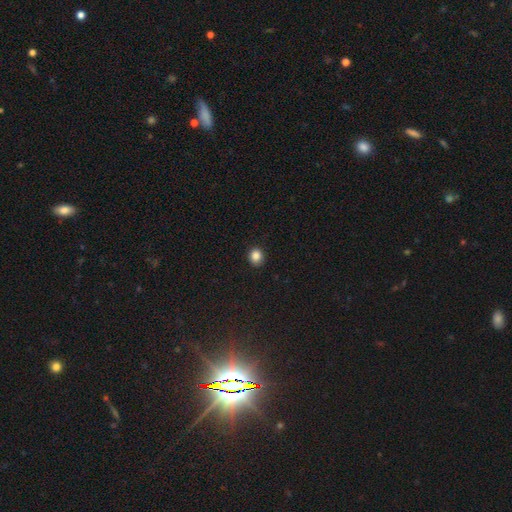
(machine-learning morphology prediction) A smooth galaxy with no disk features (85%) that is round (84%).

Vote fractions:
- Smooth or featured? smooth: 85% / star or artifact: 11% / featured or disk: 4%
- How rounded? round: 84% / in between: 15% / cigar-shaped: 1%
- Merging? none: 90% / minor disturbance: 7% / major disturbance: 2% / merger: 1%